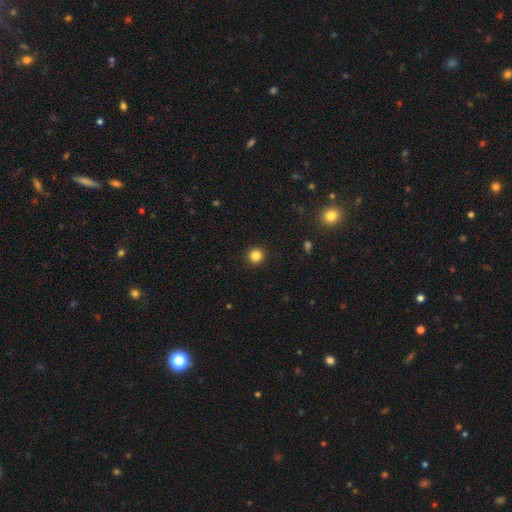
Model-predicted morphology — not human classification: Q: Smooth or featured?
A: smooth (84%); runner-up: star or artifact (12%)
Q: How rounded?
A: round (95%); runner-up: in between (4%)
Q: Merging?
A: none (93%); runner-up: minor disturbance (4%)